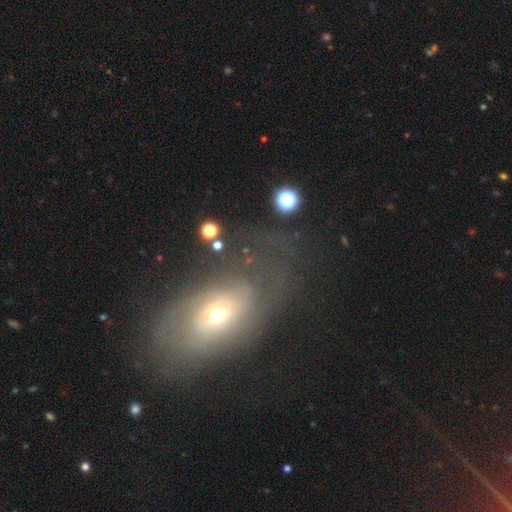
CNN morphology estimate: The model was most divided on "smooth or featured": featured or disk: 55%, smooth: 32%, star or artifact: 14%. More confident: edge-on disk — no (89%); merging — none (61%).